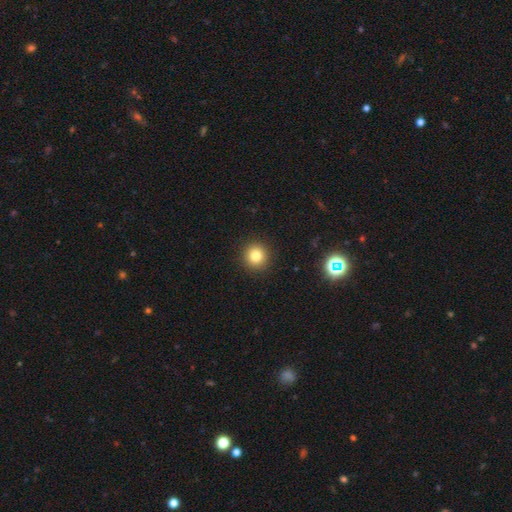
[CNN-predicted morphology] smooth 81%, star or artifact 13%, featured or disk 6%. Down the decision tree: how rounded — round (94%); merging — none (92%).